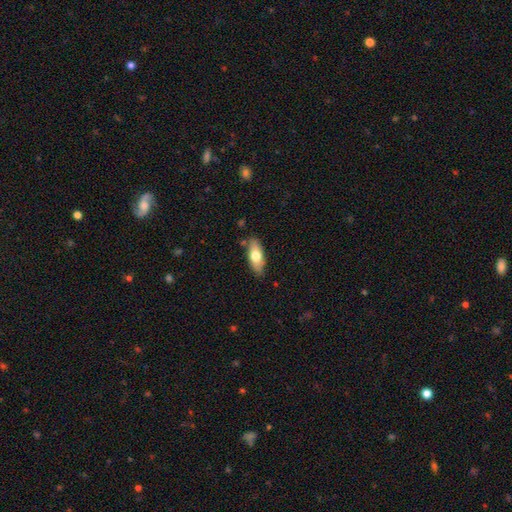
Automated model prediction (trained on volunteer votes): Smooth or featured: smooth — 68% (featured or disk — 26%)
How rounded: in between — 76% (cigar-shaped — 22%)
Merging: none — 82% (minor disturbance — 13%)